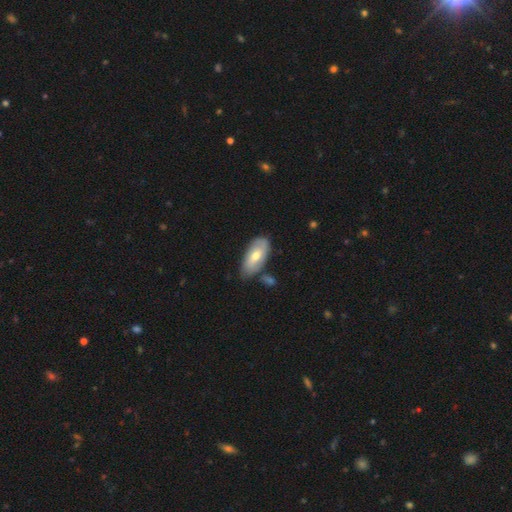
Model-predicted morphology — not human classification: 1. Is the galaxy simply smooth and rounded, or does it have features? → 56% smooth, 38% featured or disk, 6% star or artifact.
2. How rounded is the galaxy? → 91% in between, 6% cigar-shaped, 3% round.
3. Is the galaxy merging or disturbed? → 65% none, 22% minor disturbance, 9% merger, 5% major disturbance.